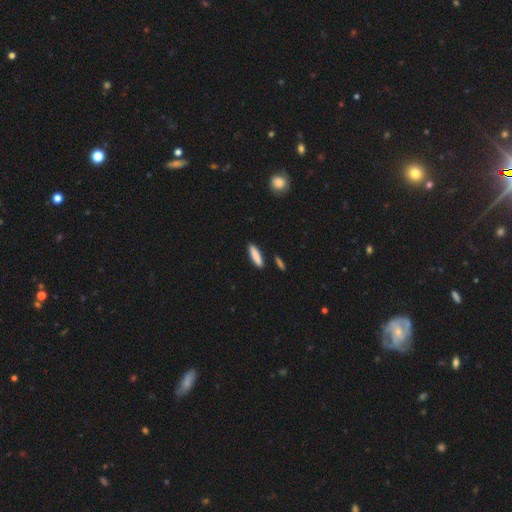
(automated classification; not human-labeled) Smooth or featured? smooth (85%)
How rounded? cigar-shaped (78%)
Merging? none (88%)